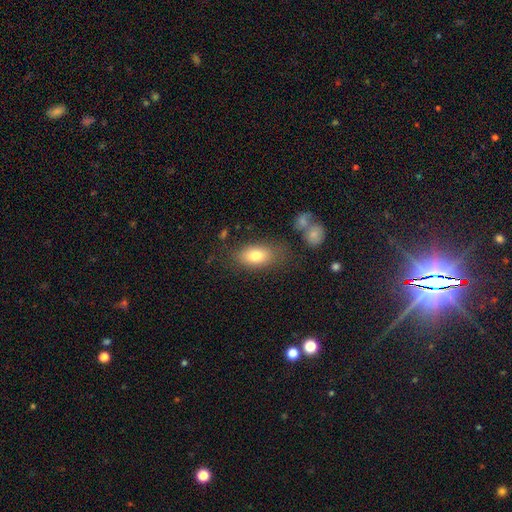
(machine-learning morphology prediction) A smooth galaxy with no disk features (79%) that is in between round and cigar-shaped (89%). Merging: none (74%).